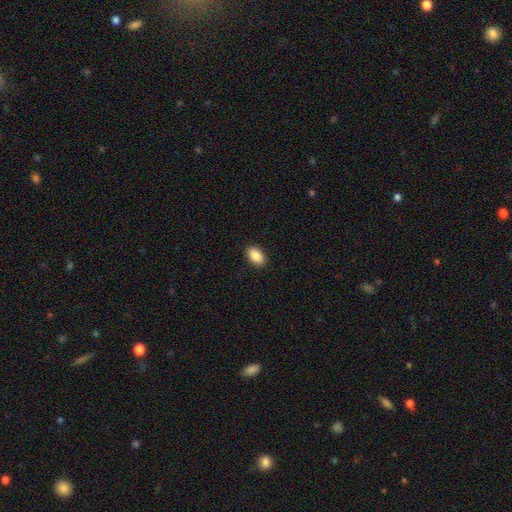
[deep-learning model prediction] smooth 89%, star or artifact 7%, featured or disk 4%. Down the decision tree: how rounded — in between (92%); merging — none (91%).